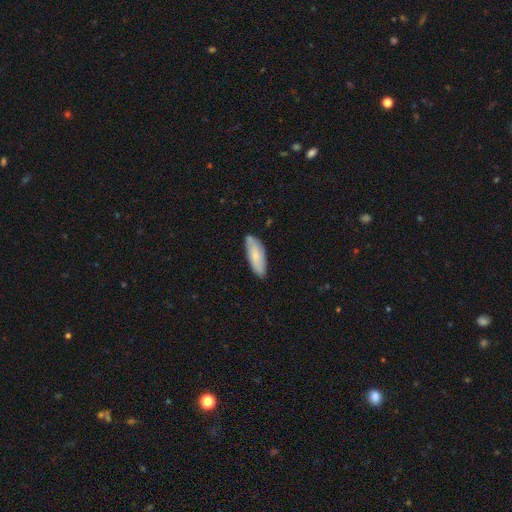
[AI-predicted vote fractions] A smooth galaxy with no disk features (73%) that is in between round and cigar-shaped (67%).

Vote fractions:
- Smooth or featured? smooth: 73% / featured or disk: 21% / star or artifact: 6%
- How rounded? in between: 67% / cigar-shaped: 31% / round: 2%
- Merging? none: 77% / minor disturbance: 18% / major disturbance: 3% / merger: 2%